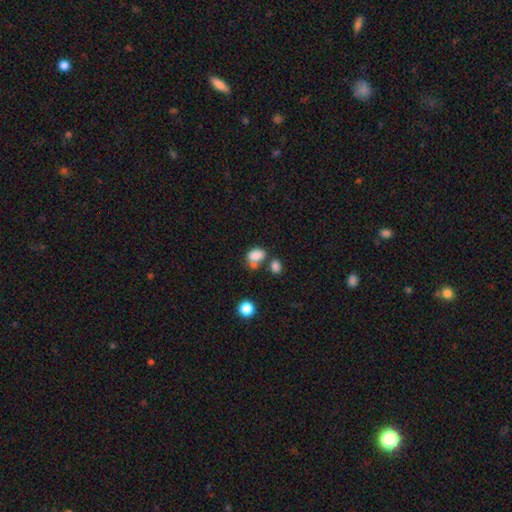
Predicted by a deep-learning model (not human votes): Q: Smooth or featured?
A: smooth (82%); runner-up: star or artifact (10%)
Q: How rounded?
A: in between (78%); runner-up: round (20%)
Q: Merging?
A: none (39%); runner-up: merger (35%)